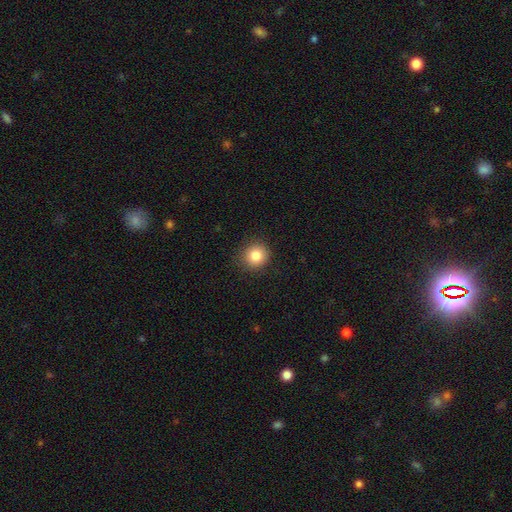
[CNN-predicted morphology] Overall: smooth (83%). How rounded: round (90%). Merging: none (90%).